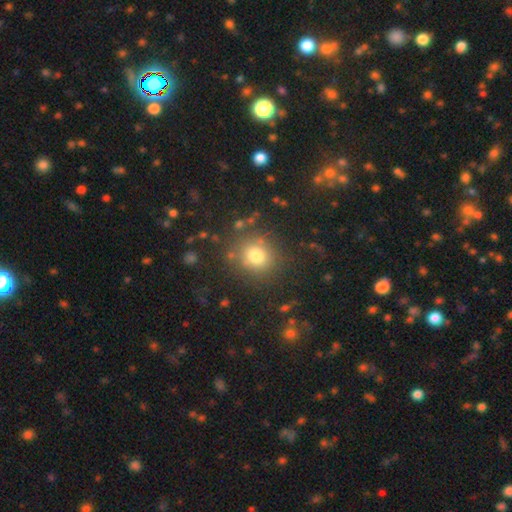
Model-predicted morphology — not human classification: A smooth galaxy with no disk features (76%) that is round (85%).

Vote fractions:
- Smooth or featured? smooth: 76% / star or artifact: 15% / featured or disk: 8%
- How rounded? round: 85% / in between: 14% / cigar-shaped: 1%
- Merging? none: 83% / minor disturbance: 10% / major disturbance: 5% / merger: 3%